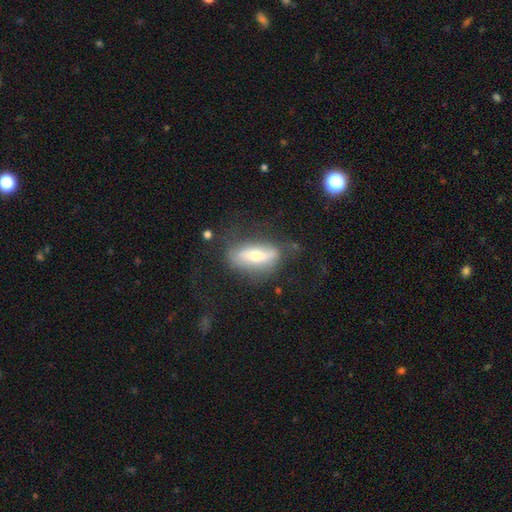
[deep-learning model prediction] Q: Smooth or featured?
A: featured or disk (55%); runner-up: smooth (37%)
Q: Edge-on disk?
A: no (60%); runner-up: yes (40%)
Q: Merging?
A: none (63%); runner-up: minor disturbance (21%)